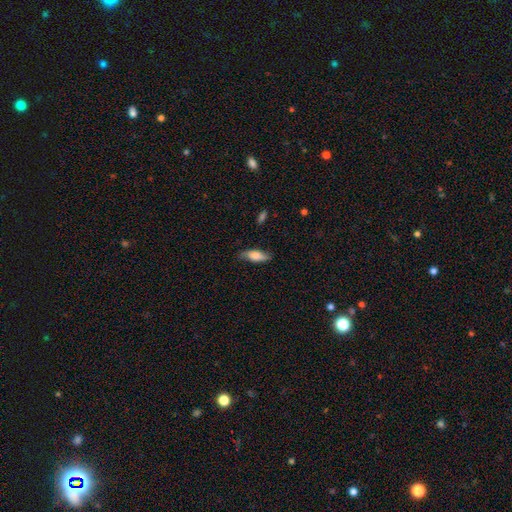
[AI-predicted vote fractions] smooth-or-featured: smooth: 71% | featured or disk: 23% | star or artifact: 6%
  how-rounded: in between: 62% | cigar-shaped: 36% | round: 3%
  merging: none: 76% | minor disturbance: 19% | major disturbance: 4% | merger: 1%